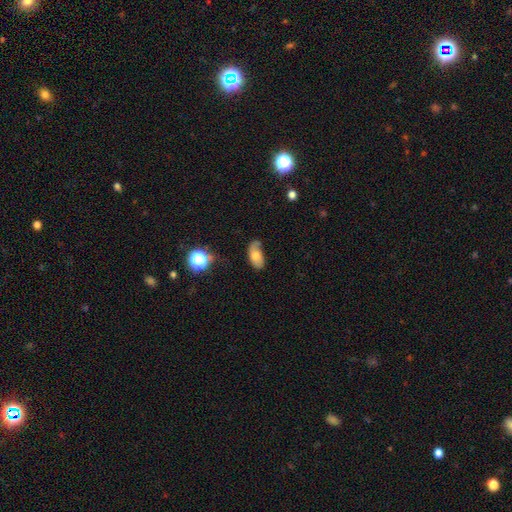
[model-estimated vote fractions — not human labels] smooth 69%, featured or disk 21%, star or artifact 10%. Down the decision tree: how rounded — in between (91%); merging — none (44%).